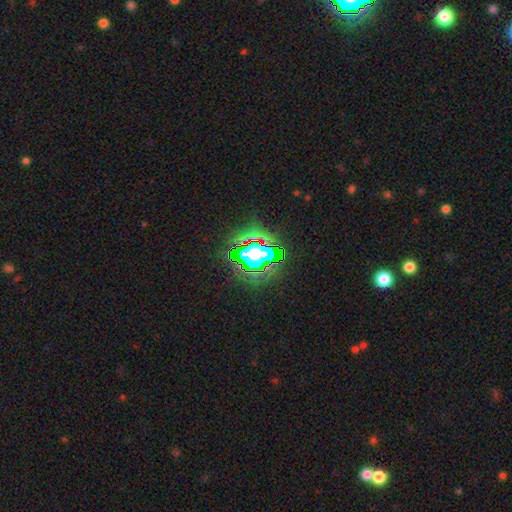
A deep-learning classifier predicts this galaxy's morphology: type=star or artifact (81%).